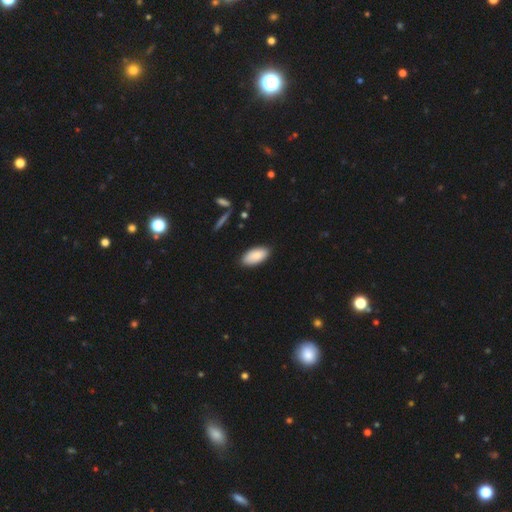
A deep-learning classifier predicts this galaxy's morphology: Smooth or featured? Predicted: smooth (p=0.87). How rounded? Predicted: in between (p=0.93). Merging? Predicted: none (p=0.86).